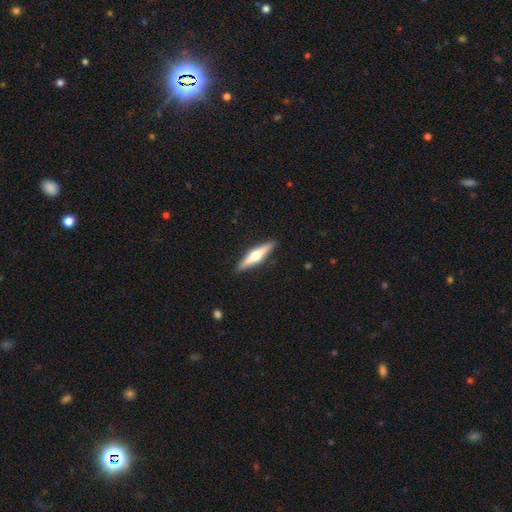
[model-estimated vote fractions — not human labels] A featured or disk galaxy (65%) viewed edge-on (96%) with a rounded central bulge (95%).

Vote fractions:
- Smooth or featured? featured or disk: 65% / smooth: 30% / star or artifact: 5%
- Edge-on disk? yes: 96% / no: 4%
- Edge-on bulge? rounded: 95% / boxy: 3% / none: 2%
- Merging? none: 91% / minor disturbance: 7% / major disturbance: 1% / merger: 1%